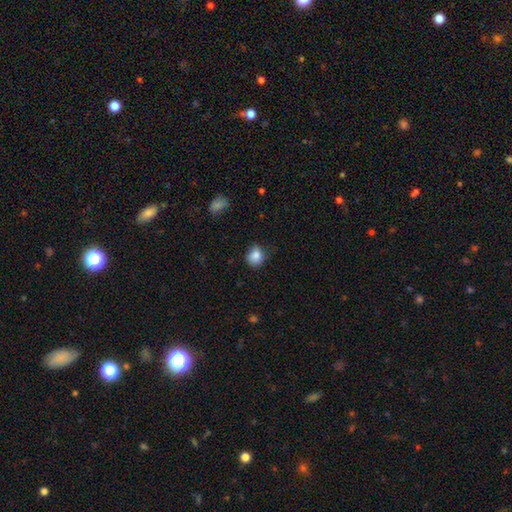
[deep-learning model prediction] The model was most divided on "merging": none: 68%, minor disturbance: 26%, major disturbance: 5%, merger: 2%. More confident: smooth or featured — smooth (85%); how rounded — round (73%).